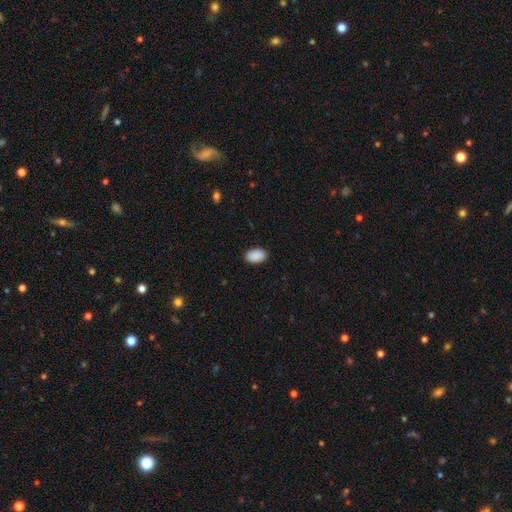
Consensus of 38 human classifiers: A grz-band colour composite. It shows a smooth galaxy with no disk features (82%) that is in between round and cigar-shaped (94%). Merging: none (92%).